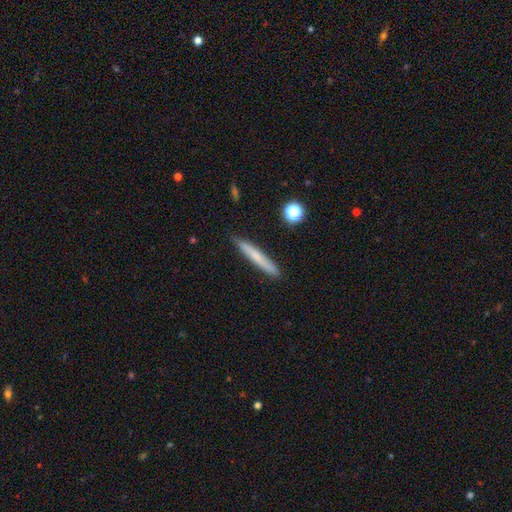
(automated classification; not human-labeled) A smooth galaxy with no disk features (62%) that is cigar-shaped (95%). Merging: none (88%).